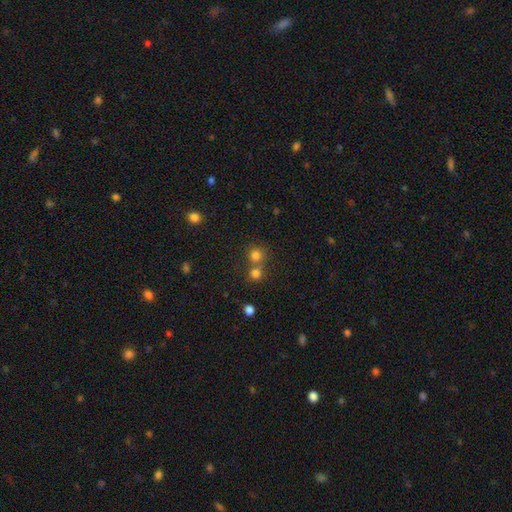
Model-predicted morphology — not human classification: Q: Smooth or featured?
A: smooth (76%); runner-up: star or artifact (16%)
Q: How rounded?
A: round (88%); runner-up: in between (11%)
Q: Merging?
A: none (52%); runner-up: merger (39%)